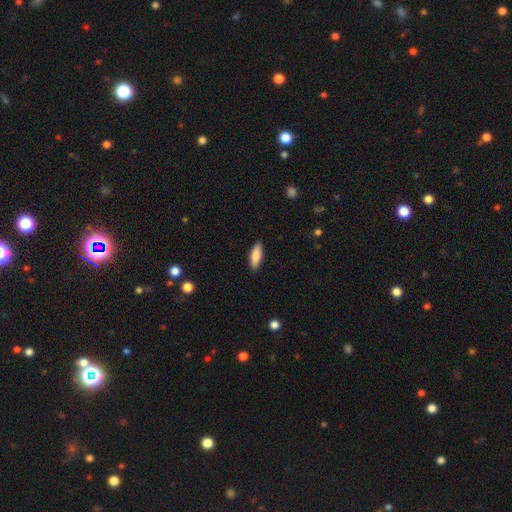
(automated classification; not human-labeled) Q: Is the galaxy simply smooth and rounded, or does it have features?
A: smooth — 86%.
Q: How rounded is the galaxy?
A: in between — 62%.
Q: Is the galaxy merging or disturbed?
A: none — 89%.